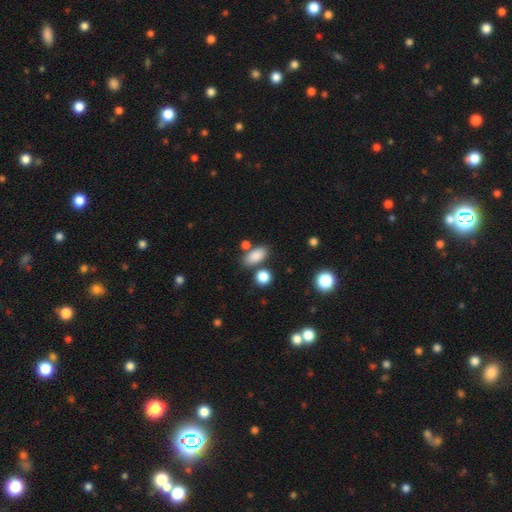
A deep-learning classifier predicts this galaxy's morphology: Smooth or featured: smooth — 85% (star or artifact — 9%)
How rounded: in between — 86% (round — 8%)
Merging: none — 70% (merger — 13%)